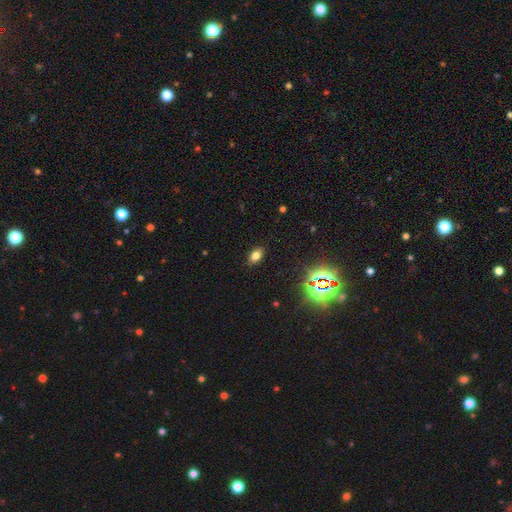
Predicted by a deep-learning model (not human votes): Smooth or featured? Predicted: smooth (p=0.72). How rounded? Predicted: in between (p=0.88). Merging? Predicted: none (p=0.88).